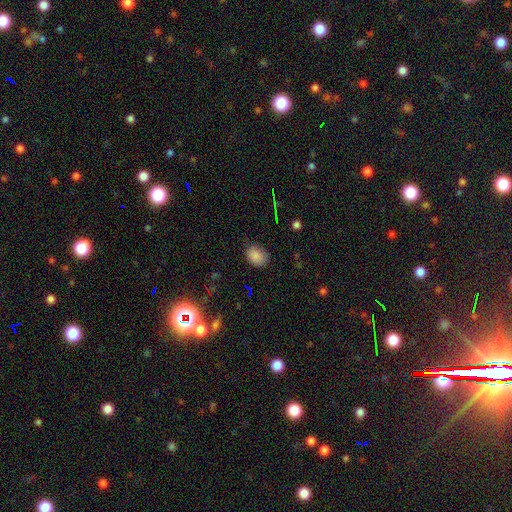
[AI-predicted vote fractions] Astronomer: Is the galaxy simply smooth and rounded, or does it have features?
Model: smooth — 83%.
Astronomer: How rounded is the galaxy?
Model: in between — 67%.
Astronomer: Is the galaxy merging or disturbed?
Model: none — 77%.